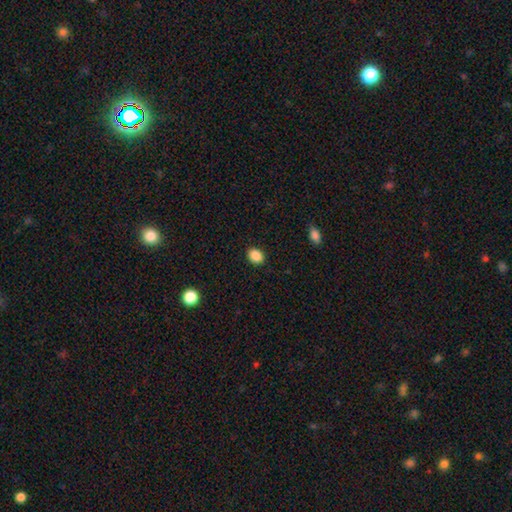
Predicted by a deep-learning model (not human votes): Overall: smooth (88%). How rounded: in between (58%; round 41%). Merging: none (90%).